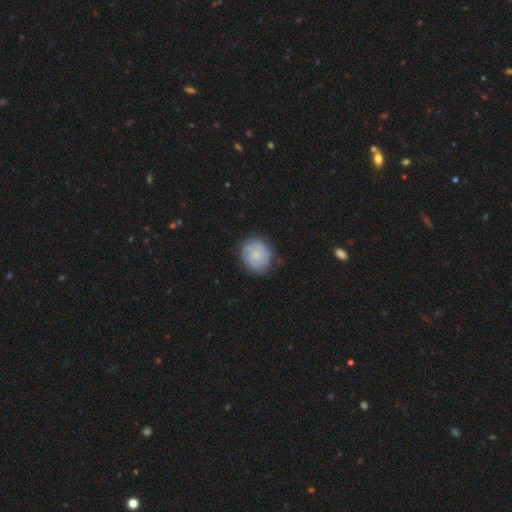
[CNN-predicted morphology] featured or disk 63%, smooth 30%, star or artifact 7%. Down the decision tree: edge-on disk — no (98%); bar — no (75%); spiral arms — yes (92%); spiral arm count — 2 (37%); spiral winding — tight (66%); bulge size — small (63%); merging — none (81%).